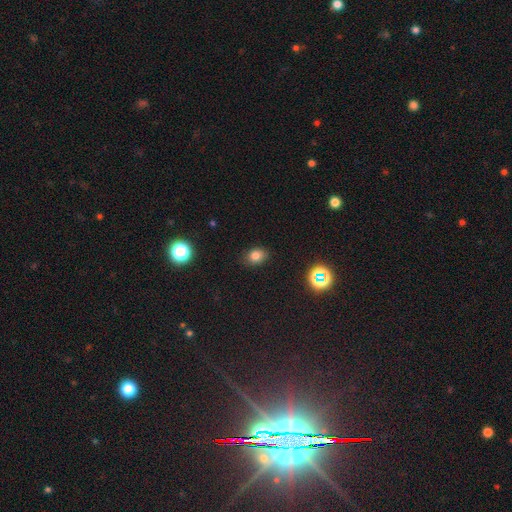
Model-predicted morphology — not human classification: smooth-or-featured: smooth: 77% | star or artifact: 16% | featured or disk: 7%
  how-rounded: in between: 63% | round: 36% | cigar-shaped: 1%
  merging: none: 84% | minor disturbance: 12% | major disturbance: 3% | merger: 1%